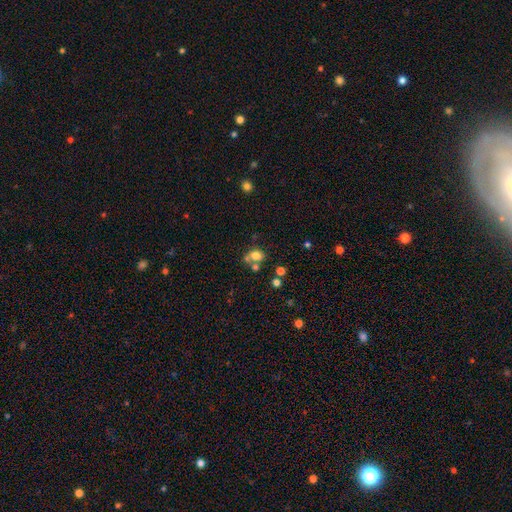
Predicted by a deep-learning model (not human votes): smooth_or_featured: smooth (p=0.72) [alt: star or artifact p=0.14]
how_rounded: round (p=0.50) [alt: in between p=0.49]
merging: none (p=0.46) [alt: merger p=0.35]